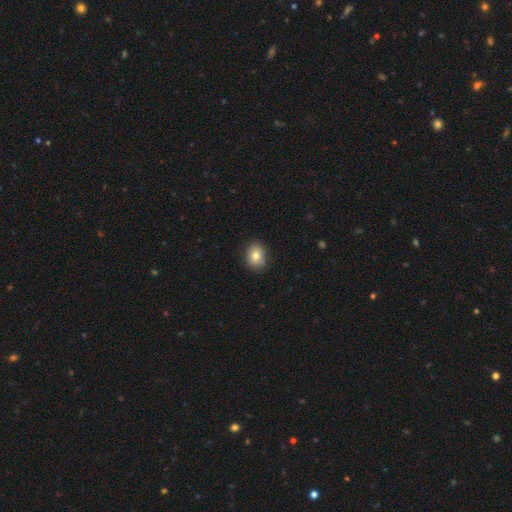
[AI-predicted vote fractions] A smooth galaxy with no disk features (81%) that is round (50%).

Vote fractions:
- Smooth or featured? smooth: 81% / star or artifact: 9% / featured or disk: 9%
- How rounded? round: 50% / in between: 49% / cigar-shaped: 1%
- Merging? none: 88% / minor disturbance: 9% / major disturbance: 2% / merger: 1%